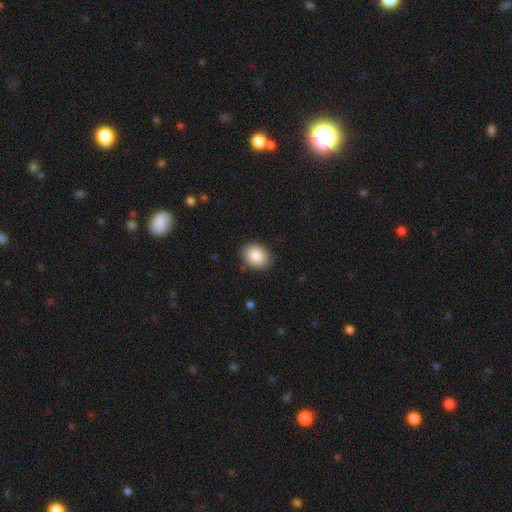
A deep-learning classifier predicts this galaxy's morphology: smooth 87%, star or artifact 7%, featured or disk 5%. Down the decision tree: how rounded — in between (61%); merging — none (87%).